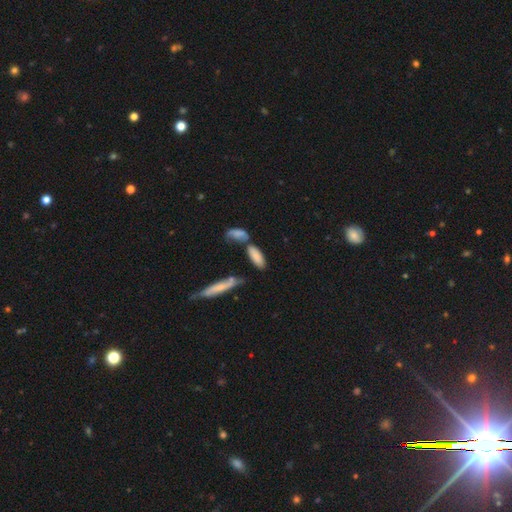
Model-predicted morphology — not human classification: Overall: smooth (80%). How rounded: in between (62%; cigar-shaped 35%). Merging: none (55%; merger 23%).